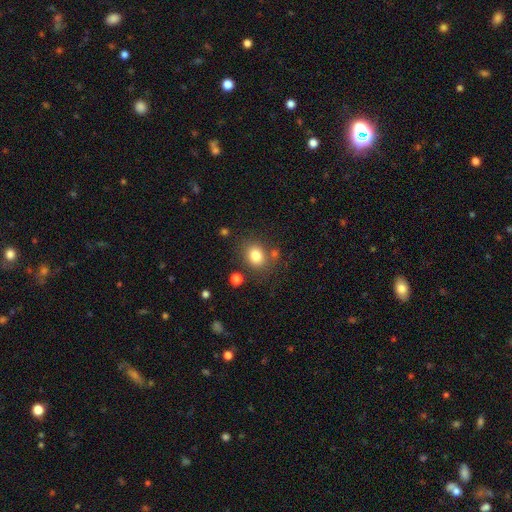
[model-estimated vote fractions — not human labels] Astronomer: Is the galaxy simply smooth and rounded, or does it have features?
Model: smooth — 81%.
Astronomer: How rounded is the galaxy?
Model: round — 59% (runner-up: in between, 40%).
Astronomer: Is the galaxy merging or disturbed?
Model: none — 75%.